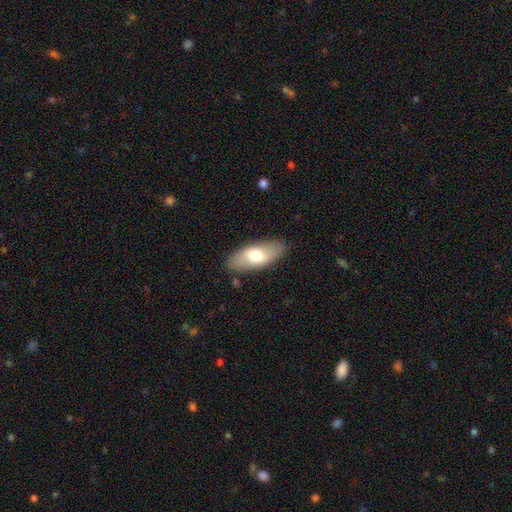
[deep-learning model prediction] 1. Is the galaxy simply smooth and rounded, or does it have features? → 66% smooth, 28% featured or disk, 6% star or artifact.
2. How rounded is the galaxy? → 84% in between, 14% cigar-shaped, 3% round.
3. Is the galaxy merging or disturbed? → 85% none, 11% minor disturbance, 3% major disturbance, 1% merger.